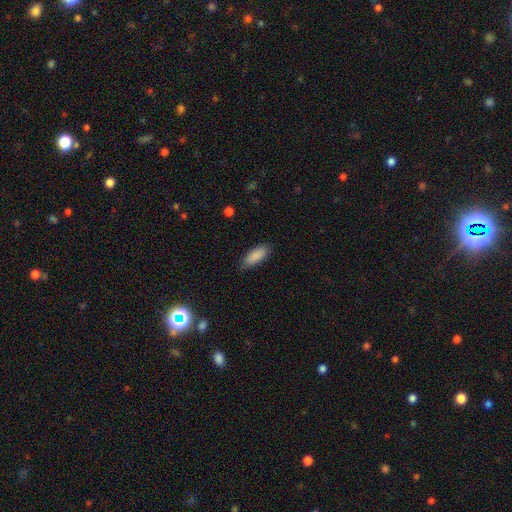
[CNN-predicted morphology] A smooth galaxy with no disk features (89%) that is in between round and cigar-shaped (70%).

Vote fractions:
- Smooth or featured? smooth: 89% / star or artifact: 6% / featured or disk: 5%
- How rounded? in between: 70% / cigar-shaped: 28% / round: 2%
- Merging? none: 84% / minor disturbance: 12% / major disturbance: 2% / merger: 1%